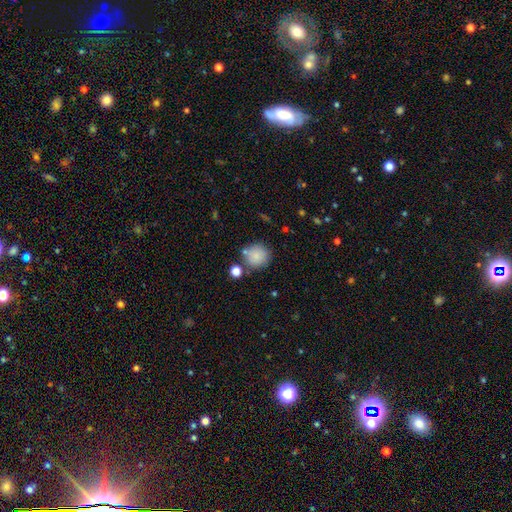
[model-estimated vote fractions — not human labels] Morphology: type=smooth (84%); roundness=round (89%); merging=none (73%).